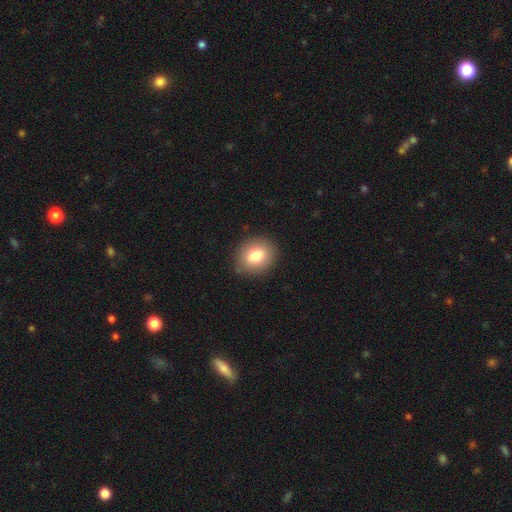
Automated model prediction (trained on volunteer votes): A smooth galaxy with no disk features (80%) that is round (61%).

Vote fractions:
- Smooth or featured? smooth: 80% / featured or disk: 11% / star or artifact: 10%
- How rounded? round: 61% / in between: 38% / cigar-shaped: 1%
- Merging? none: 88% / minor disturbance: 9% / major disturbance: 2% / merger: 1%